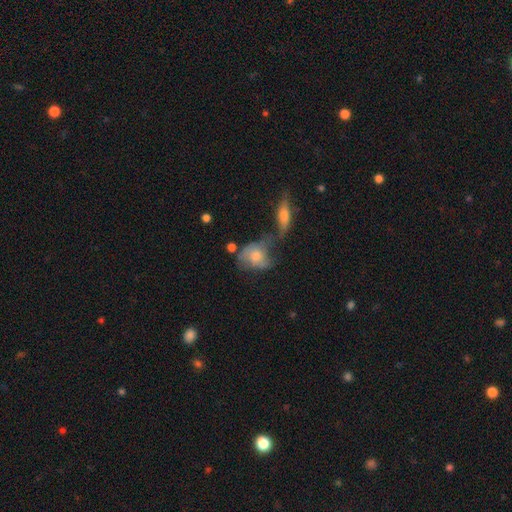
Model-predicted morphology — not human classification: Overall: smooth (51%; featured or disk 40%). How rounded: in between (67%; round 30%). Merging: merger (41%; none 22%).